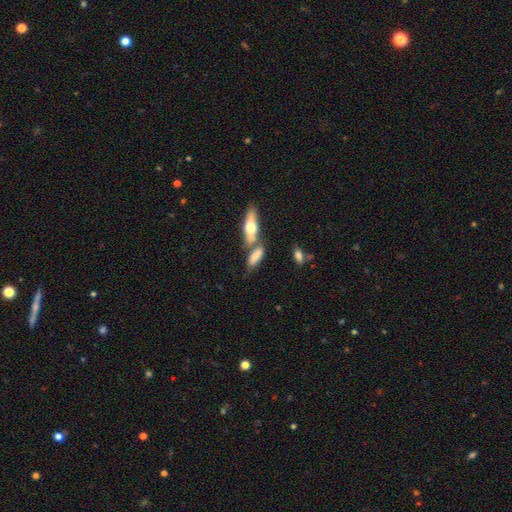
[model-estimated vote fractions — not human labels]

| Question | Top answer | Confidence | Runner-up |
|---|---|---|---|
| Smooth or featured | smooth | 69% | featured or disk (24%) |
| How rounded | in between | 62% | cigar-shaped (35%) |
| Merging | none | 42% | merger (39%) |